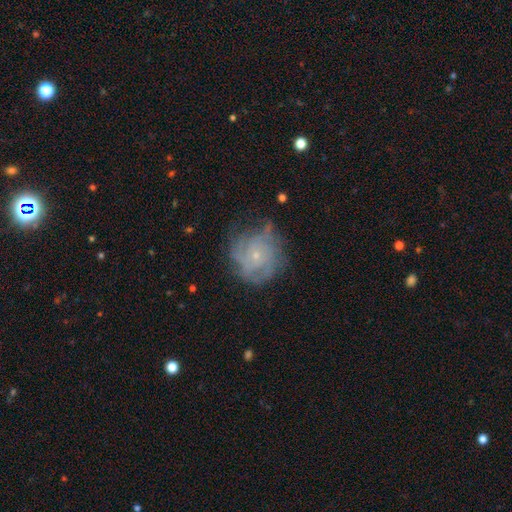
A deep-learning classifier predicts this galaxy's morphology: smooth-or-featured: featured or disk: 75% | smooth: 17% | star or artifact: 9%
  disk-edge-on: no: 98% | yes: 2%
    bar: no: 81% | weak: 17% | strong: 2%
    has-spiral-arms: yes: 89% | no: 11%
      spiral-winding: tight: 53% | medium: 35% | loose: 13%
      spiral-arm-count: can't tell: 36% | 4: 24% | 3: 17% | 2: 10% | more than 4: 8% | 1: 6%
    bulge-size: small: 83% | moderate: 12% | none: 3% | large: 1% | dominant: 1%
  merging: none: 63% | minor disturbance: 23% | major disturbance: 12% | merger: 2%